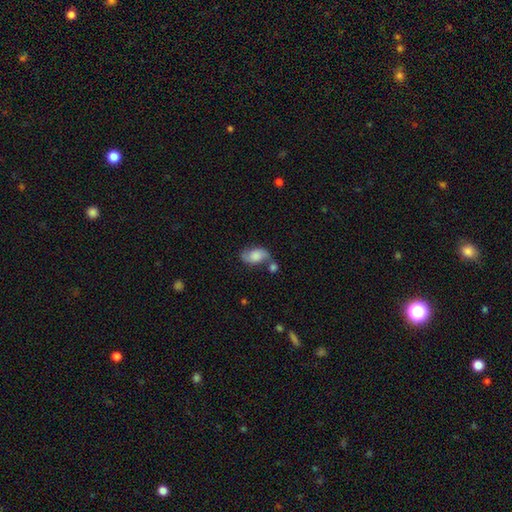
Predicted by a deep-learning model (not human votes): The model was most divided on "smooth or featured": smooth: 52%, featured or disk: 39%, star or artifact: 9%. Remaining: how rounded — in between (89%); merging — none (47%).